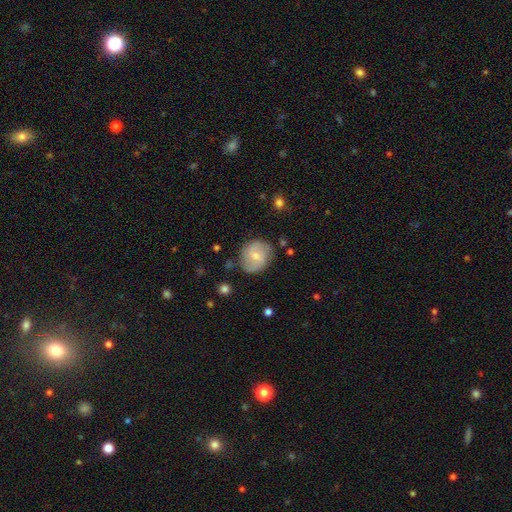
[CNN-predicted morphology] Q: Smooth or featured?
A: smooth (52%); runner-up: featured or disk (41%)
Q: How rounded?
A: round (76%); runner-up: in between (23%)
Q: Merging?
A: none (77%); runner-up: minor disturbance (16%)